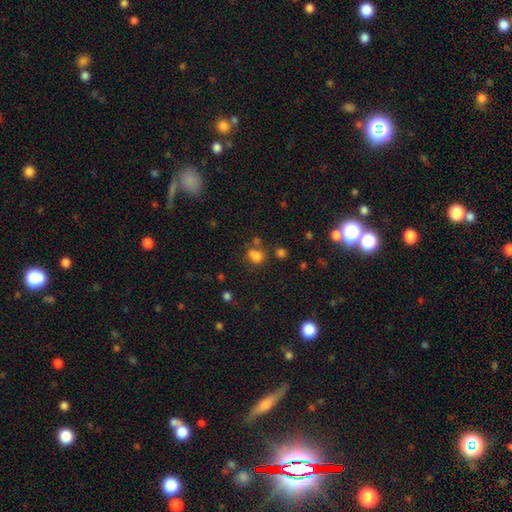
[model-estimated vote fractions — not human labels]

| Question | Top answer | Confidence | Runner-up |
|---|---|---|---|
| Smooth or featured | smooth | 77% | star or artifact (16%) |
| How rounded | in between | 57% | round (42%) |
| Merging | none | 56% | merger (18%) |